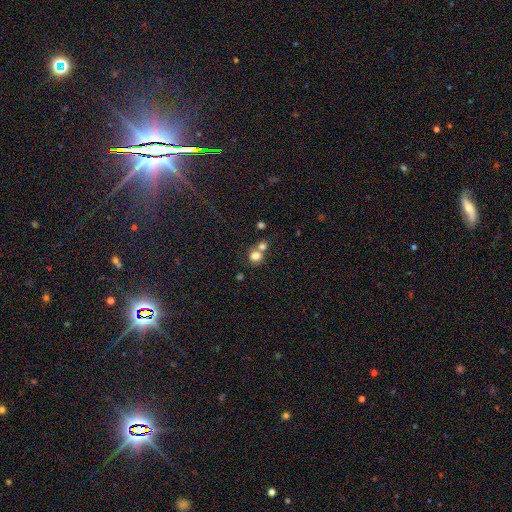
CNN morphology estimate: Smooth or featured? Predicted: smooth (p=0.79). How rounded? Predicted: round (p=0.81). Merging? Predicted: merger (p=0.46).